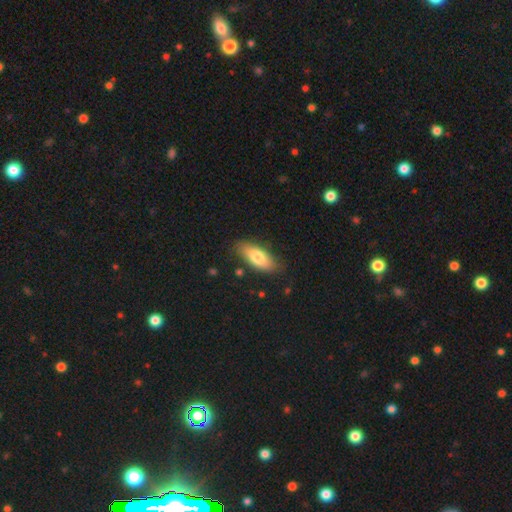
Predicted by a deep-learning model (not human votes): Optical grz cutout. It shows a smooth galaxy with no disk features (76%) that is in between round and cigar-shaped (79%). Merging: none (82%).